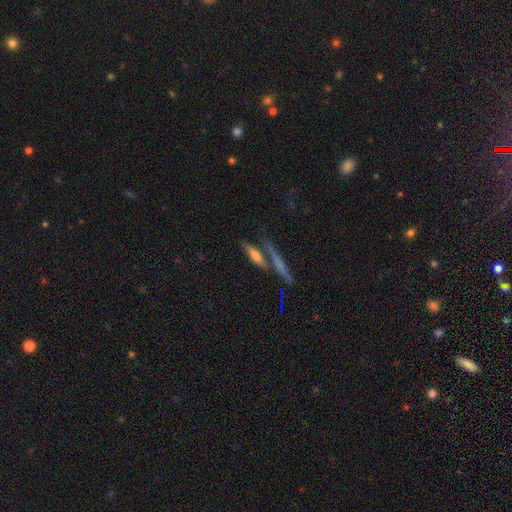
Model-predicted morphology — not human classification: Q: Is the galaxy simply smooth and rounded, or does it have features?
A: smooth — 55%.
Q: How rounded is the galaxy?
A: cigar-shaped — 66%.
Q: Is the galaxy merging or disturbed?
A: none — 52%.